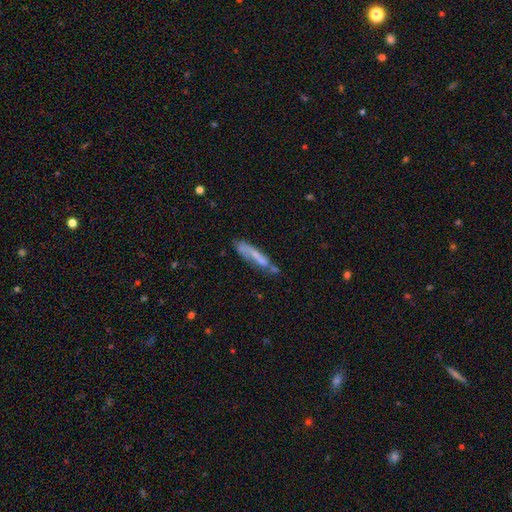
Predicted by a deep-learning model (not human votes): Smooth or featured? Predicted: smooth (p=0.48). Merging? Predicted: none (p=0.47).